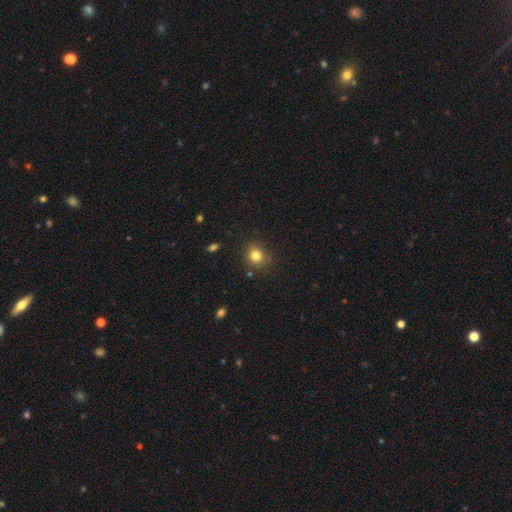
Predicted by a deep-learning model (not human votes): The model was most divided on "how rounded": round: 69%, in between: 30%, cigar-shaped: 1%. More confident: smooth or featured — smooth (81%); merging — none (78%).